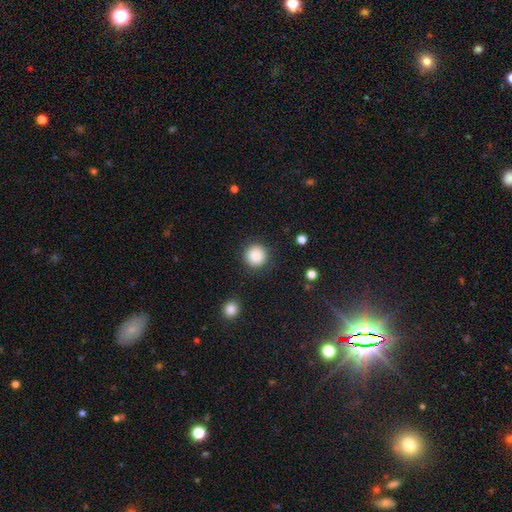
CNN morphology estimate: A smooth galaxy with no disk features (86%) that is round (95%).

Vote fractions:
- Smooth or featured? smooth: 86% / star or artifact: 9% / featured or disk: 5%
- How rounded? round: 95% / in between: 5% / cigar-shaped: 1%
- Merging? none: 89% / minor disturbance: 7% / major disturbance: 3% / merger: 1%